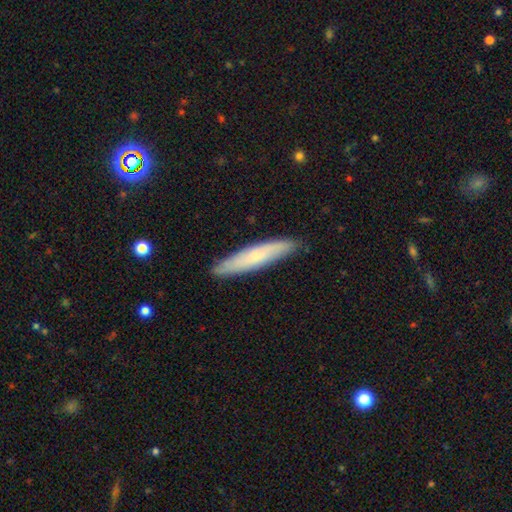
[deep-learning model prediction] A smooth galaxy with no disk features (63%) that is cigar-shaped (89%). Merging: none (88%).